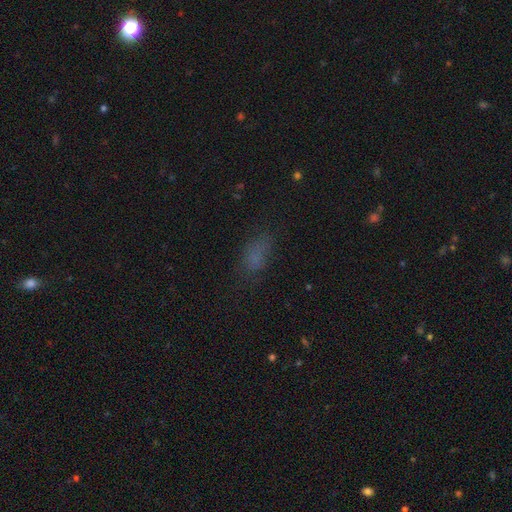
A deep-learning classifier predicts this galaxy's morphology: This is likely a smooth galaxy (70%). How rounded: clearly in between (83%). Merging: likely none (62%).